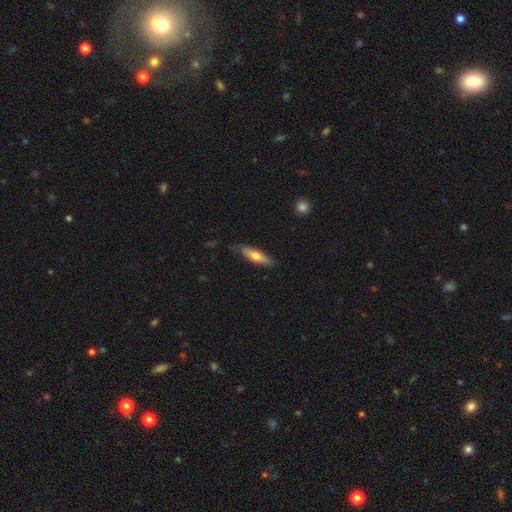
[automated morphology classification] A smooth galaxy with no disk features (66%) that is cigar-shaped (62%).

Vote fractions:
- Smooth or featured? smooth: 66% / featured or disk: 28% / star or artifact: 6%
- How rounded? cigar-shaped: 62% / in between: 36% / round: 2%
- Merging? none: 81% / minor disturbance: 15% / major disturbance: 3% / merger: 1%